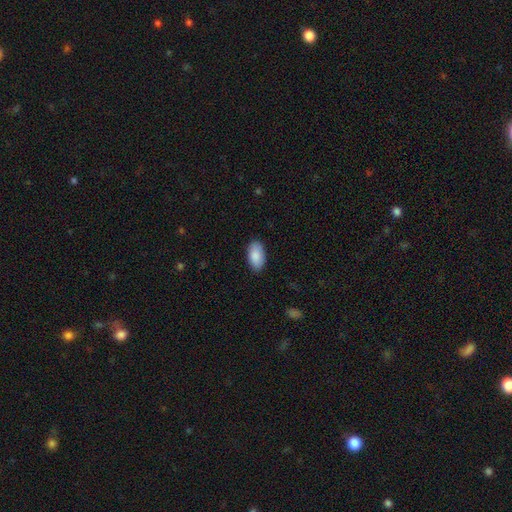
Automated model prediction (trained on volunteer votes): A smooth galaxy with no disk features (89%) that is in between round and cigar-shaped (95%).

Vote fractions:
- Smooth or featured? smooth: 89% / star or artifact: 6% / featured or disk: 5%
- How rounded? in between: 95% / round: 3% / cigar-shaped: 2%
- Merging? none: 86% / minor disturbance: 10% / major disturbance: 2% / merger: 1%